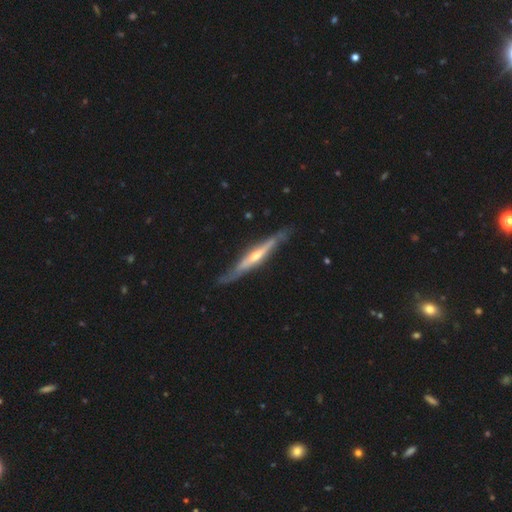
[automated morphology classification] smooth-or-featured: featured or disk: 75% | smooth: 20% | star or artifact: 4%
  disk-edge-on: yes: 91% | no: 9%
    edge-on-bulge: rounded: 79% | none: 16% | boxy: 5%
  merging: none: 76% | minor disturbance: 18% | major disturbance: 4% | merger: 2%